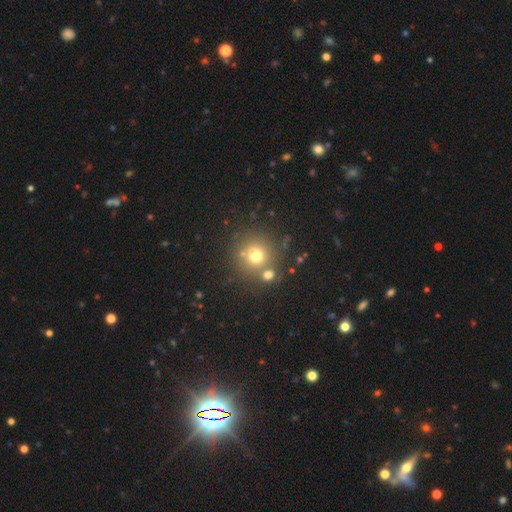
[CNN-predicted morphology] Overall: smooth (69%). How rounded: round (86%). Merging: none (65%).